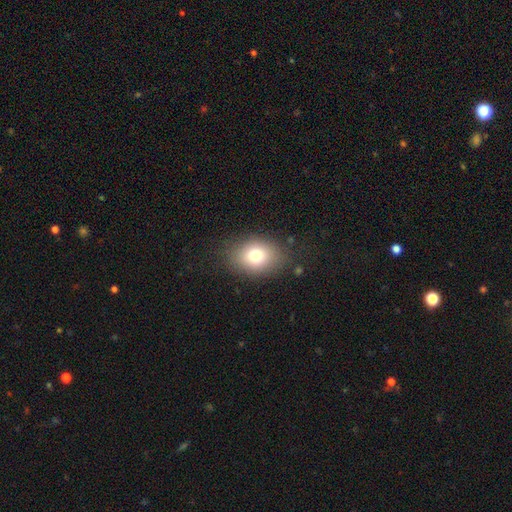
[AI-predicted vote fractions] Smooth or featured?
  - smooth: 75% *
  - featured or disk: 13%
  - star or artifact: 12%
How rounded?
  - in between: 62% *
  - round: 37%
  - cigar-shaped: 1%
Merging?
  - none: 82% *
  - minor disturbance: 11%
  - major disturbance: 5%
  - merger: 1%